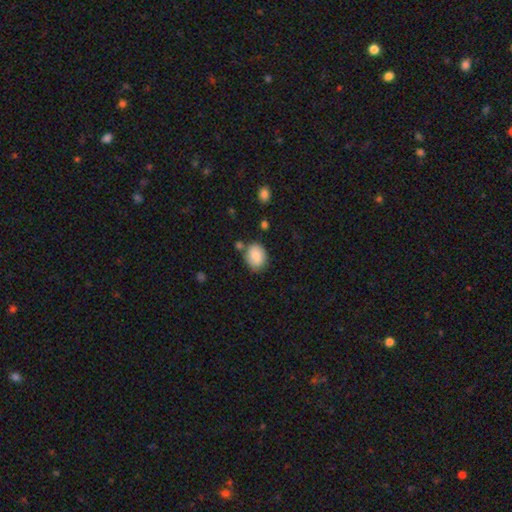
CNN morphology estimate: The model was most divided on "how rounded": in between: 54%, round: 45%, cigar-shaped: 1%. More confident: smooth or featured — smooth (82%); merging — none (74%).